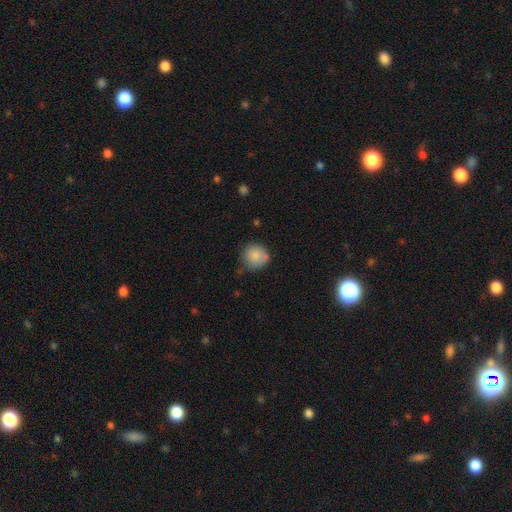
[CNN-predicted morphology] This appears to be a smooth galaxy with no disk features (84%) that is round (91%). Merging: none (68%).